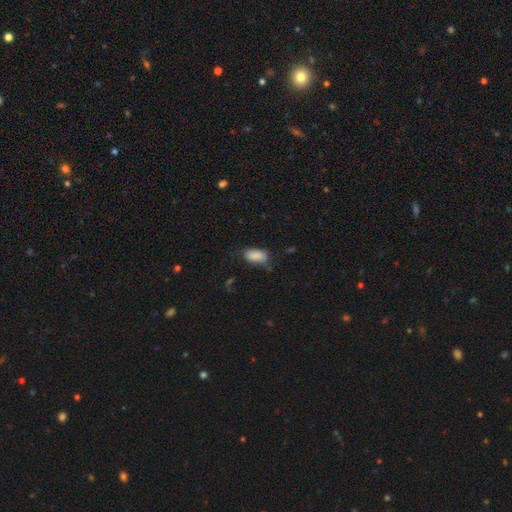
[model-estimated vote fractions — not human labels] smooth 84%, featured or disk 8%, star or artifact 8%. Down the decision tree: how rounded — in between (92%); merging — none (55%).